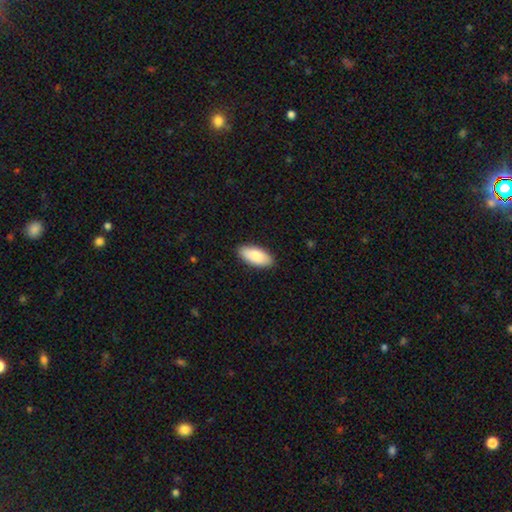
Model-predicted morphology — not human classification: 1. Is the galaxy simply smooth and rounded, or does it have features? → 85% smooth, 10% featured or disk, 5% star or artifact.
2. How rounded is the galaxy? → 90% in between, 9% cigar-shaped, 2% round.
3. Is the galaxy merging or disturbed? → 89% none, 9% minor disturbance, 2% major disturbance, 1% merger.